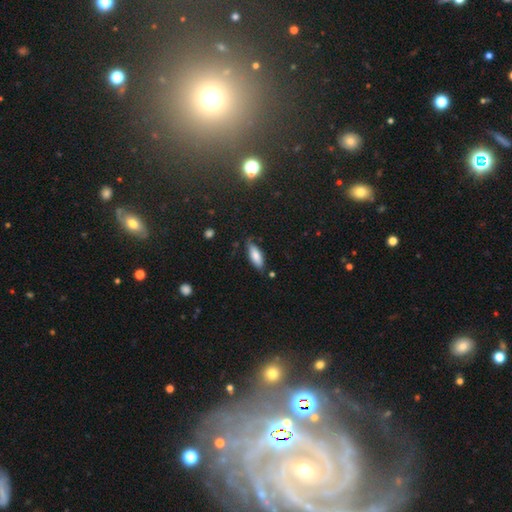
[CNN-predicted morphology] The model was most divided on "how rounded": in between: 65%, cigar-shaped: 33%, round: 2%. More confident: smooth or featured — smooth (77%); merging — none (72%).